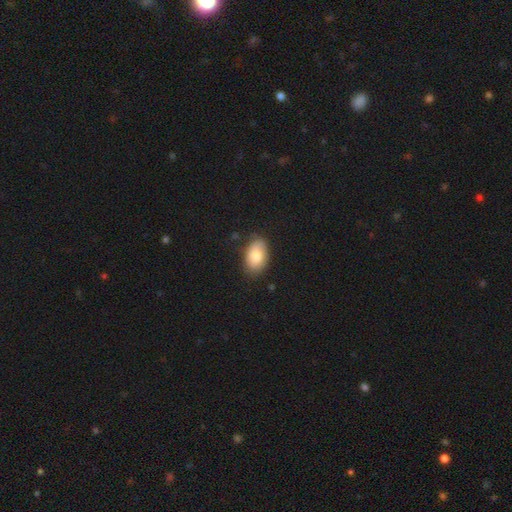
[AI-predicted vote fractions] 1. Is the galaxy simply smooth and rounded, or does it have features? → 81% smooth, 12% featured or disk, 6% star or artifact.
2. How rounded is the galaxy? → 92% in between, 6% round, 1% cigar-shaped.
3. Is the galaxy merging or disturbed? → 79% none, 17% minor disturbance, 3% major disturbance, 1% merger.